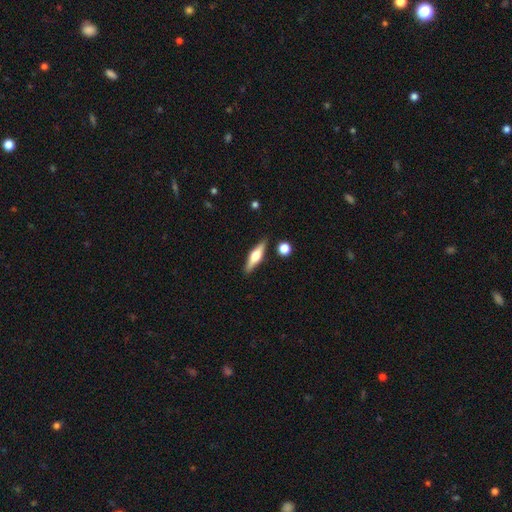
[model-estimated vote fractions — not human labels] Smooth or featured: featured or disk — 57% (smooth — 37%)
Edge-on disk: yes — 95% (no — 5%)
Edge-on bulge: rounded — 93% (boxy — 5%)
Merging: none — 86% (minor disturbance — 9%)